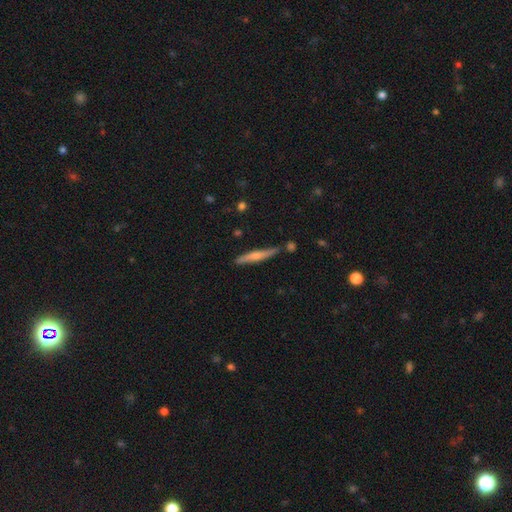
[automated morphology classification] Smooth or featured?
  - smooth: 50% *
  - featured or disk: 44%
  - star or artifact: 6%
Merging?
  - none: 79% *
  - minor disturbance: 14%
  - merger: 5%
  - major disturbance: 3%